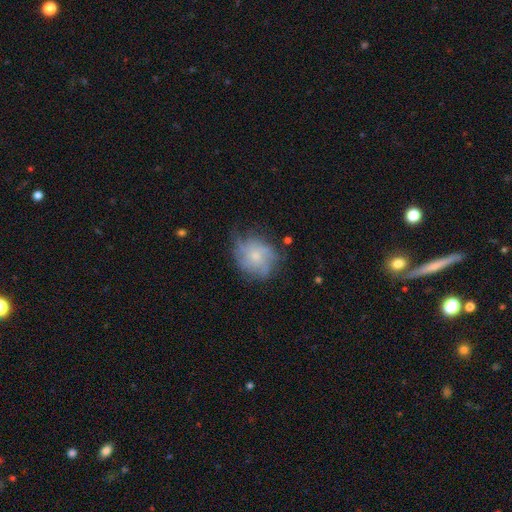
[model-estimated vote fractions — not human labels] The model was most divided on "bulge size": small: 54%, moderate: 36%, none: 6%, large: 2%, dominant: 1%. More confident: edge-on disk — no (97%); bar — no (80%); spiral arms — yes (76%); merging — none (59%); smooth or featured — featured or disk (55%).